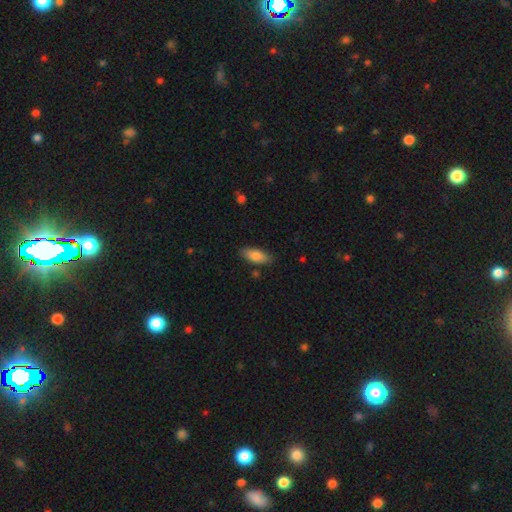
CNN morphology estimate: Smooth or featured: smooth — 82% (featured or disk — 11%)
How rounded: in between — 77% (cigar-shaped — 20%)
Merging: none — 84% (minor disturbance — 12%)